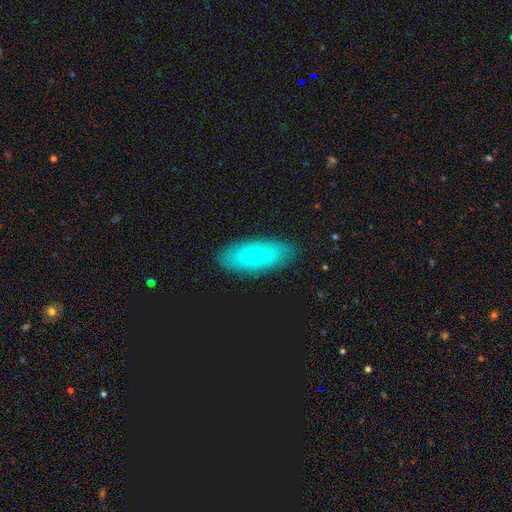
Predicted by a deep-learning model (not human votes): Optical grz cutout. It shows a smooth galaxy with no disk features (68%) that is in between round and cigar-shaped (84%). Merging: none (86%).